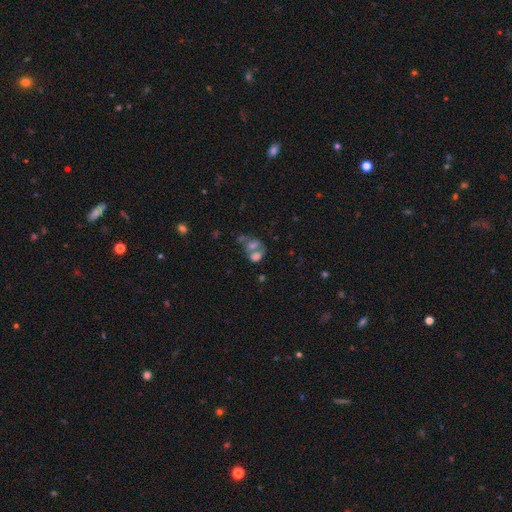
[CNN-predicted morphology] Smooth or featured?
  - smooth: 59% *
  - featured or disk: 27%
  - star or artifact: 14%
How rounded?
  - in between: 75% *
  - round: 23%
  - cigar-shaped: 2%
Merging?
  - merger: 61% *
  - none: 19%
  - major disturbance: 11%
  - minor disturbance: 9%